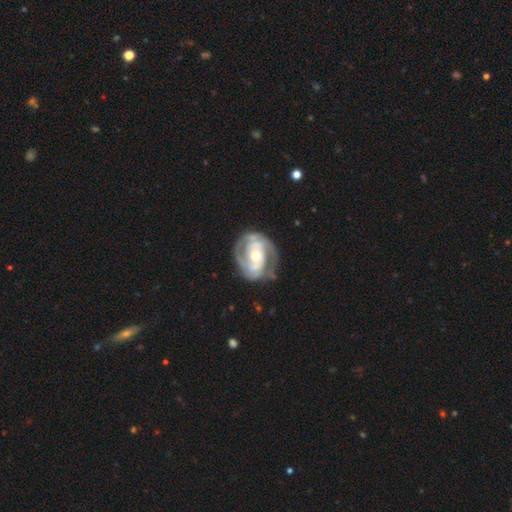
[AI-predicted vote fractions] A featured or disk galaxy (83%) with no bar (57%), 2 (66%) tight (49%) spiral arms (87%) and a moderate central bulge (69%).

Vote fractions:
- Smooth or featured? featured or disk: 83% / smooth: 12% / star or artifact: 5%
- Edge-on disk? no: 97% / yes: 3%
- Bar? no: 57% / weak: 28% / strong: 15%
- Spiral arms? yes: 87% / no: 13%
- Spiral winding? tight: 49% / medium: 38% / loose: 13%
- Spiral arm count? 2: 66% / can't tell: 16% / 3: 10% / 1: 5% / 4: 2% / more than 4: 2%
- Bulge size? moderate: 69% / small: 22% / large: 8% / none: 1% / dominant: 1%
- Merging? none: 66% / minor disturbance: 21% / major disturbance: 11% / merger: 2%